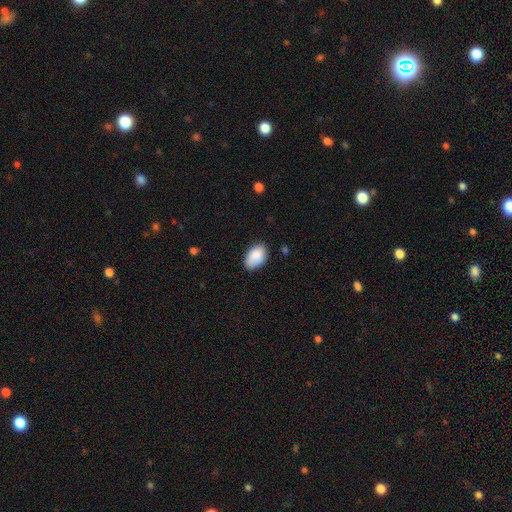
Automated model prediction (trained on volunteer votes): Smooth or featured?
  - smooth: 86% *
  - featured or disk: 7%
  - star or artifact: 7%
How rounded?
  - in between: 91% *
  - round: 7%
  - cigar-shaped: 1%
Merging?
  - none: 72% *
  - minor disturbance: 23%
  - major disturbance: 4%
  - merger: 2%